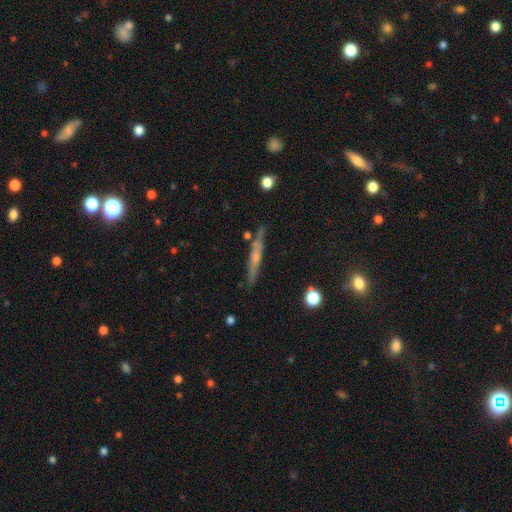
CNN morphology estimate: Q: Smooth or featured?
A: featured or disk (55%); runner-up: smooth (36%)
Q: Edge-on disk?
A: yes (93%); runner-up: no (7%)
Q: Edge-on bulge?
A: rounded (50%); runner-up: none (42%)
Q: Merging?
A: none (81%); runner-up: minor disturbance (13%)